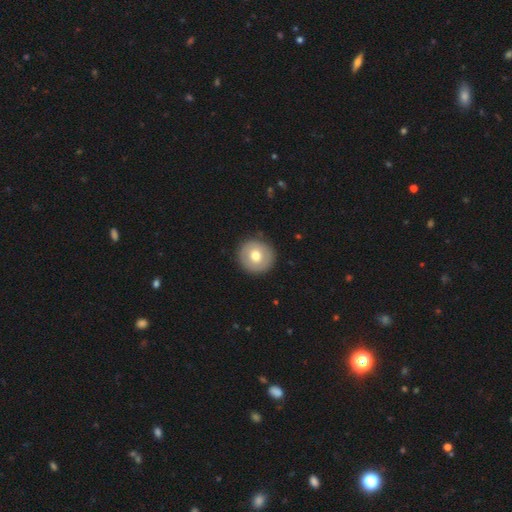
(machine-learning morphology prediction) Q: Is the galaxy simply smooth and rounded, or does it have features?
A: smooth — 68%.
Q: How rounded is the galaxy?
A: round — 95%.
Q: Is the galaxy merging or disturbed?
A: none — 91%.